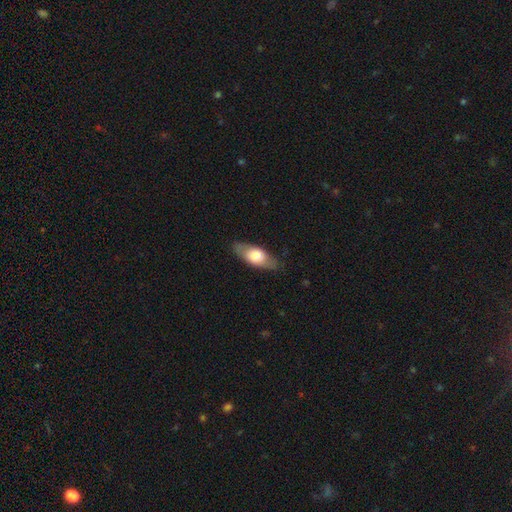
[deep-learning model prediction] Smooth or featured? smooth (63%)
How rounded? in between (78%)
Merging? none (81%)